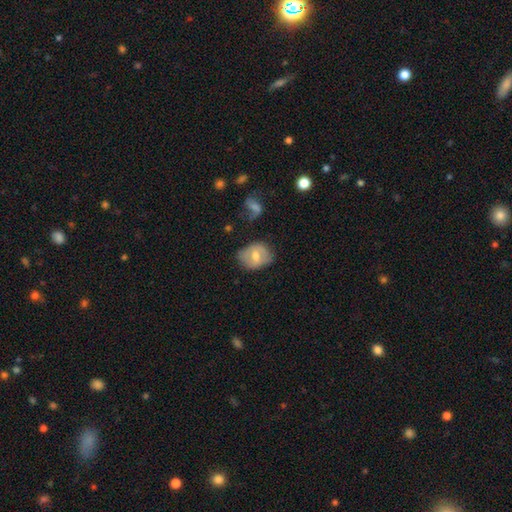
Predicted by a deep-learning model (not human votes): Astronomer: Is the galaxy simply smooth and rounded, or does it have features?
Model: smooth — 55% (runner-up: featured or disk, 38%).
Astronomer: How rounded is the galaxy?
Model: in between — 61% (runner-up: round, 38%).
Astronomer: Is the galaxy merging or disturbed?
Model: none — 63%.